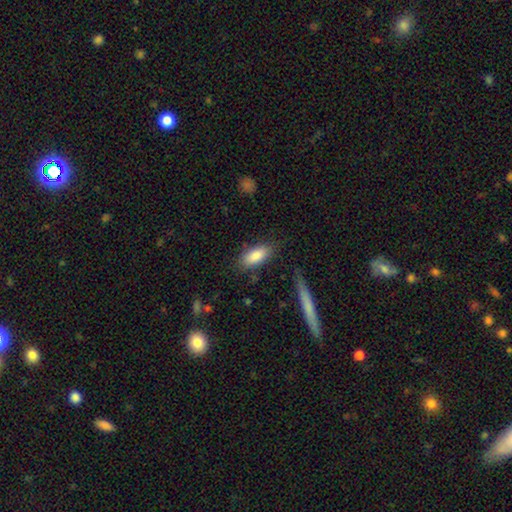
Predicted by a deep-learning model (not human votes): Smooth or featured: smooth — 85% (featured or disk — 9%)
How rounded: in between — 84% (cigar-shaped — 14%)
Merging: none — 79% (minor disturbance — 15%)